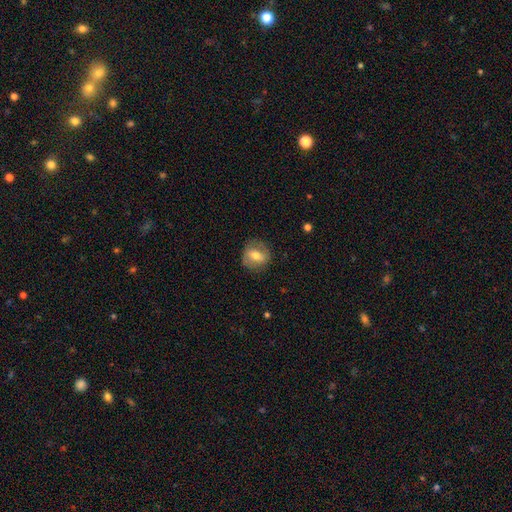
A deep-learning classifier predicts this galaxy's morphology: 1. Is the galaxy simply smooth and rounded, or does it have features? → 52% smooth, 40% featured or disk, 8% star or artifact.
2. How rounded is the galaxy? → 71% round, 28% in between, 2% cigar-shaped.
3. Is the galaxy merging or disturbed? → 80% none, 14% minor disturbance, 5% major disturbance, 1% merger.